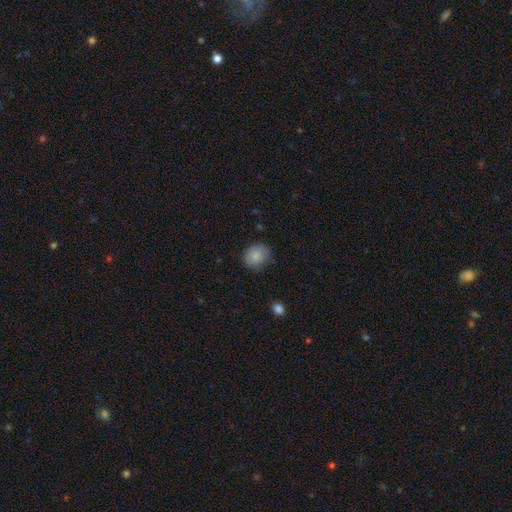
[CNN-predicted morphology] Smooth or featured: smooth — 84% (star or artifact — 8%)
How rounded: round — 56% (in between — 43%)
Merging: none — 75% (minor disturbance — 19%)